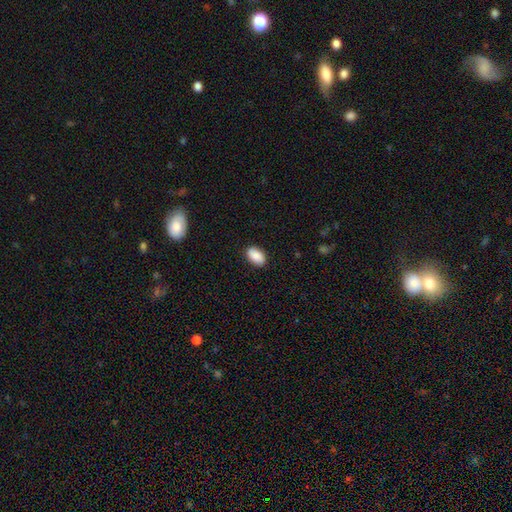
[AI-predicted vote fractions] smooth_or_featured: smooth (p=0.89) [alt: star or artifact p=0.07]
how_rounded: in between (p=0.93) [alt: round p=0.06]
merging: none (p=0.87) [alt: minor disturbance p=0.10]